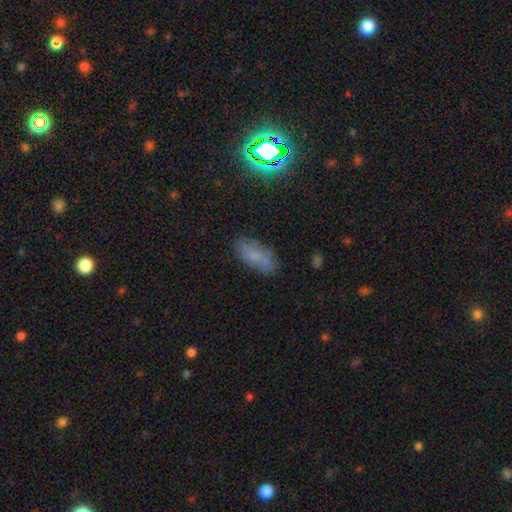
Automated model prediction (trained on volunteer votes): Smooth or featured? Predicted: smooth (p=0.64). How rounded? Predicted: in between (p=0.85). Merging? Predicted: none (p=0.73).